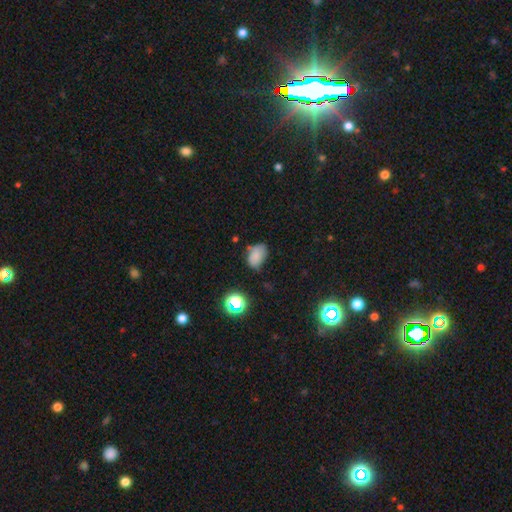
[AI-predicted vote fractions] Smooth or featured? smooth (77%)
How rounded? in between (84%)
Merging? none (54%)